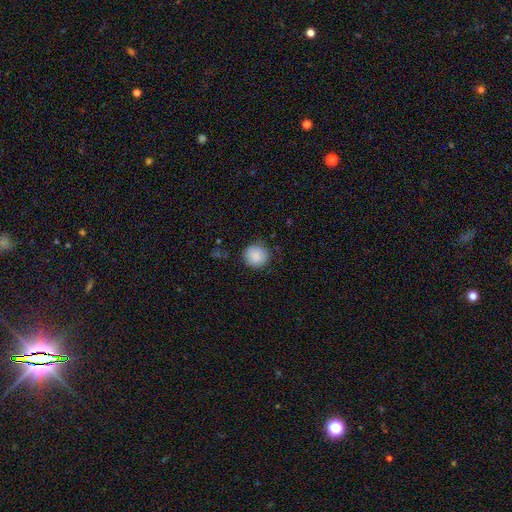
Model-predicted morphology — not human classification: Q: Smooth or featured?
A: smooth (88%); runner-up: star or artifact (7%)
Q: How rounded?
A: round (92%); runner-up: in between (7%)
Q: Merging?
A: none (82%); runner-up: minor disturbance (13%)